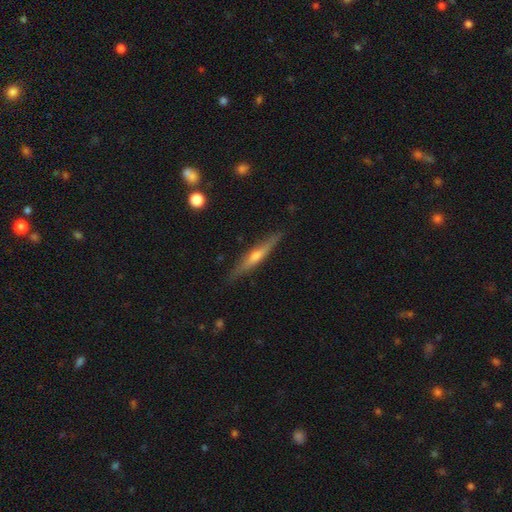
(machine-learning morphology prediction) Smooth or featured? featured or disk (70%)
Edge-on disk? yes (96%)
Edge-on bulge? rounded (82%)
Merging? none (88%)